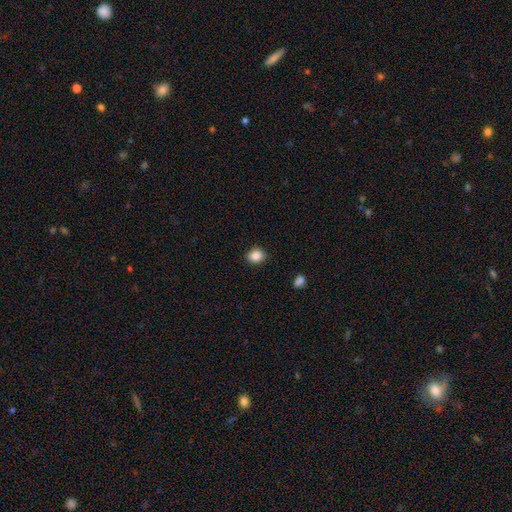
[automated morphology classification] This is clearly a smooth galaxy (87%). How rounded: likely round (65%). Merging: clearly none (86%).